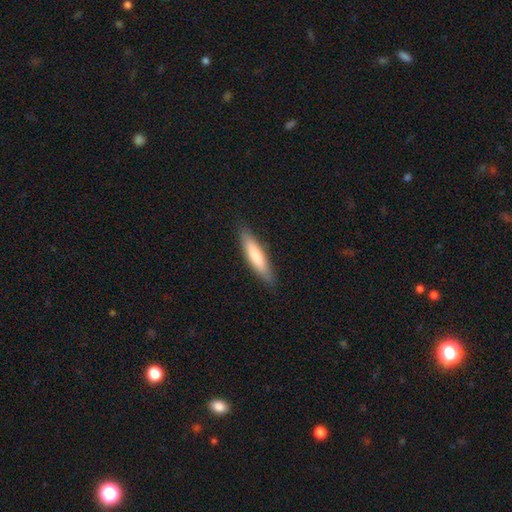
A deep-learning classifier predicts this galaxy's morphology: smooth-or-featured: smooth: 77% | featured or disk: 18% | star or artifact: 5%
  how-rounded: cigar-shaped: 78% | in between: 21% | round: 1%
  merging: none: 87% | minor disturbance: 10% | major disturbance: 2% | merger: 1%